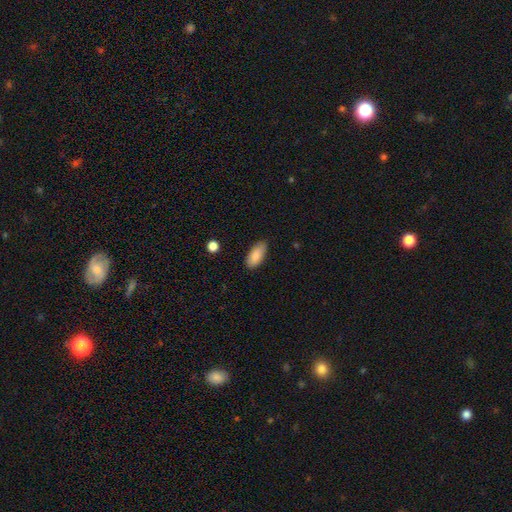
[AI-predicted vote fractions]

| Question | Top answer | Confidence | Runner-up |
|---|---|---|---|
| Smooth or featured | smooth | 87% | star or artifact (7%) |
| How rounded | in between | 89% | cigar-shaped (9%) |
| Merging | none | 86% | minor disturbance (11%) |